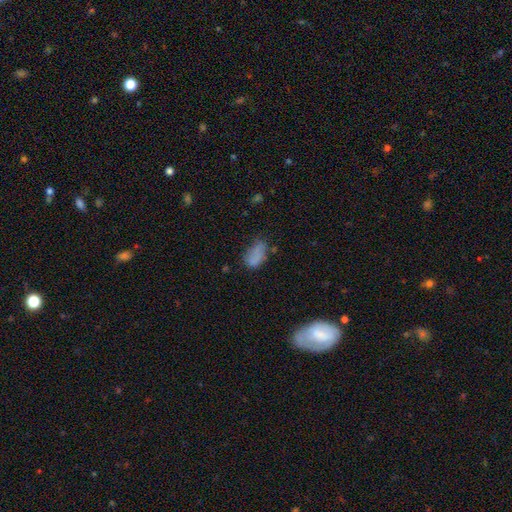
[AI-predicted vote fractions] The model was most divided on "merging": none: 43%, minor disturbance: 32%, major disturbance: 18%, merger: 7%. More confident: how rounded — in between (91%); smooth or featured — smooth (74%).